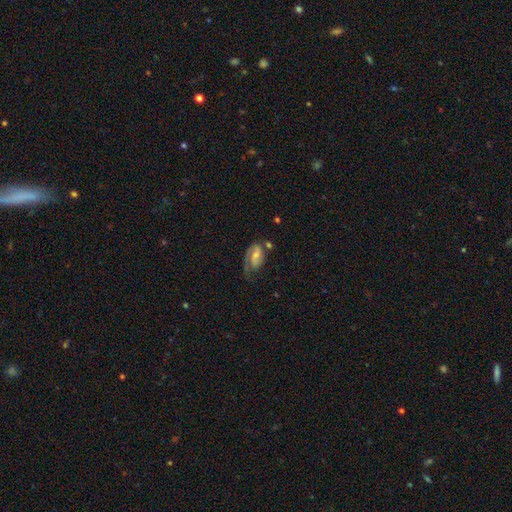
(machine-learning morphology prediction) smooth_or_featured: featured or disk (p=0.68) [alt: smooth p=0.25]
disk_edge_on: no (p=0.96) [alt: yes p=0.04]
bar: no (p=0.44) [alt: weak p=0.42]
has_spiral_arms: yes (p=0.91) [alt: no p=0.09]
spiral_winding: medium (p=0.42) [alt: tight p=0.34]
spiral_arm_count: 2 (p=0.46) [alt: 1 p=0.43]
bulge_size: small (p=0.46) [alt: moderate p=0.33]
merging: none (p=0.40) [alt: major disturbance p=0.26]